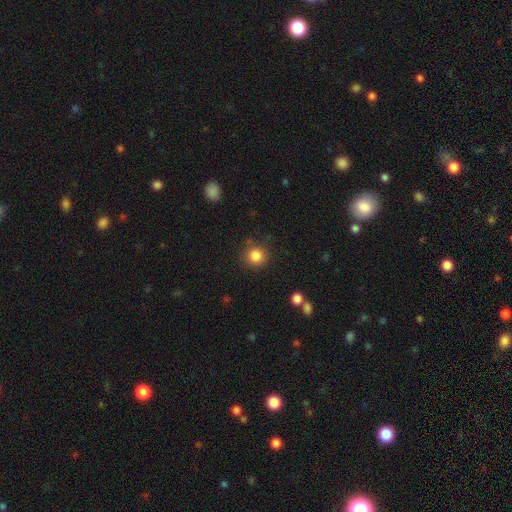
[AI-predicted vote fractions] Smooth or featured: smooth — 85% (star or artifact — 11%)
How rounded: round — 92% (in between — 7%)
Merging: none — 86% (minor disturbance — 8%)